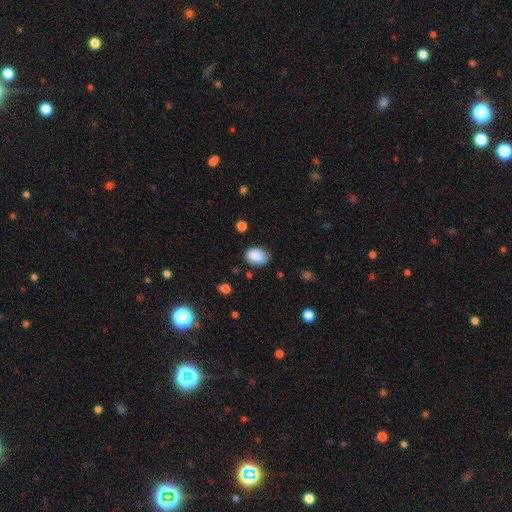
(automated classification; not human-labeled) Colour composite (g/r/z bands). It shows a smooth galaxy with no disk features (88%) that is in between round and cigar-shaped (79%). Merging: none (75%).